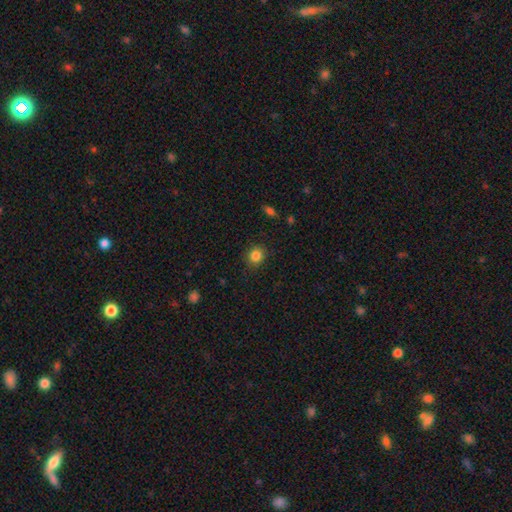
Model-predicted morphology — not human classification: This is clearly a smooth galaxy (84%). How rounded: likely round (80%). Merging: clearly none (86%).